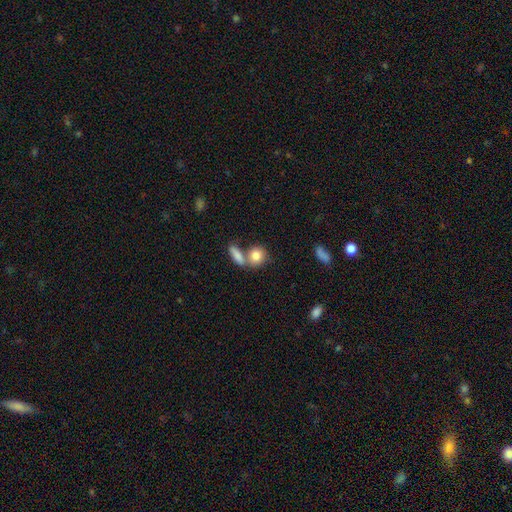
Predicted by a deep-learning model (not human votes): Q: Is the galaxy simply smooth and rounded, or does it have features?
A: smooth — 81%.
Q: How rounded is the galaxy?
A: round — 59%.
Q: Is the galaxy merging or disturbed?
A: none — 45%.